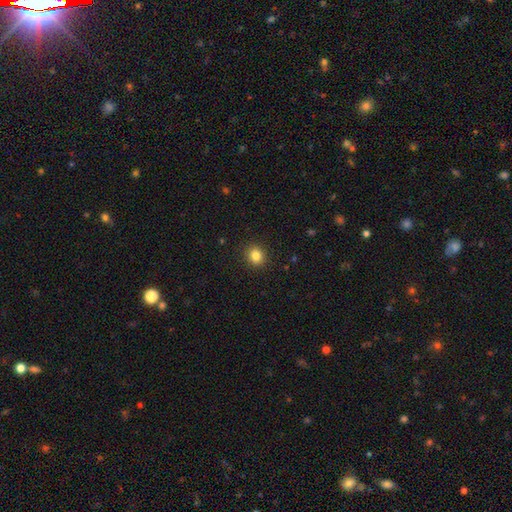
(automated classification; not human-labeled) Smooth or featured: smooth — 84% (star or artifact — 11%)
How rounded: round — 77% (in between — 22%)
Merging: none — 91% (minor disturbance — 6%)